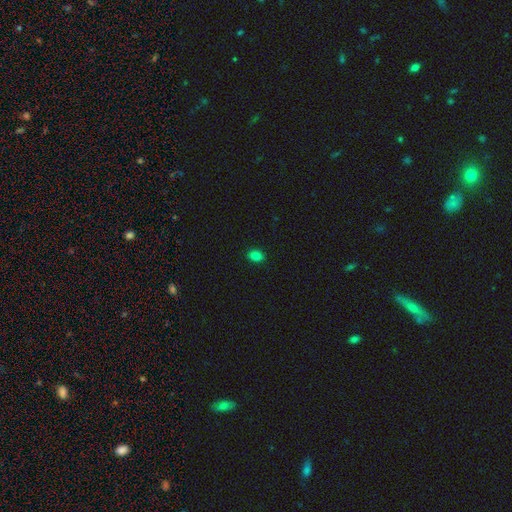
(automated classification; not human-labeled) smooth 83%, star or artifact 13%, featured or disk 4%. Down the decision tree: how rounded — in between (73%); merging — none (89%).